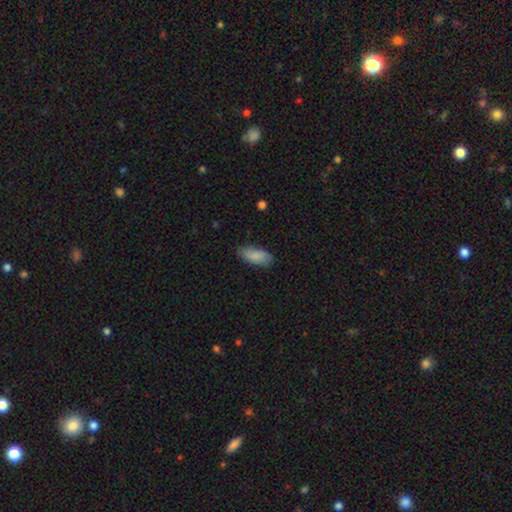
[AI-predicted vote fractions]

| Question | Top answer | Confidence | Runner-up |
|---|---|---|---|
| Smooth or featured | smooth | 84% | featured or disk (10%) |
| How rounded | in between | 83% | cigar-shaped (15%) |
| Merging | none | 72% | minor disturbance (22%) |